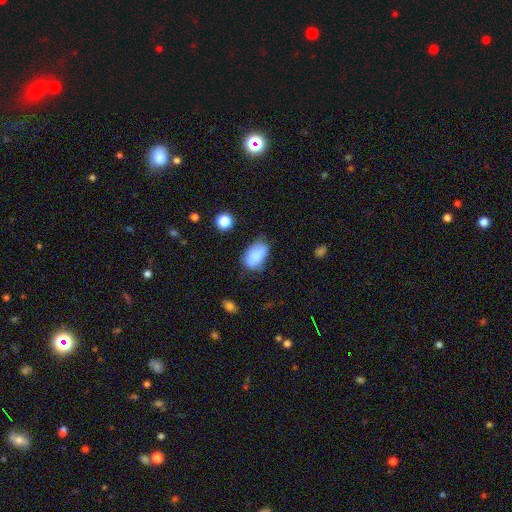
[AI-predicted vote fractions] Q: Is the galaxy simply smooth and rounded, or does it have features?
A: smooth — 79%.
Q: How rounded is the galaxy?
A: in between — 90%.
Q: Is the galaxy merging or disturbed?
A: none — 53%.